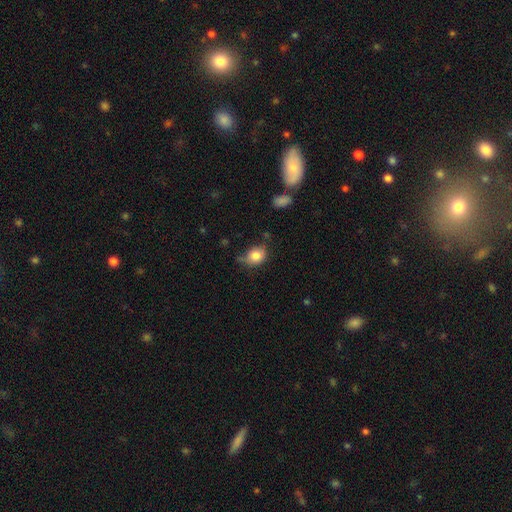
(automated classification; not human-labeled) Smooth or featured: smooth — 81% (star or artifact — 10%)
How rounded: round — 52% (in between — 47%)
Merging: none — 57% (minor disturbance — 30%)